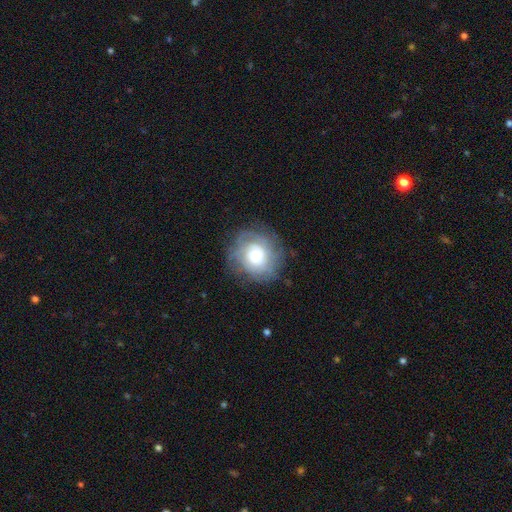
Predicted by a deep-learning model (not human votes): This appears to be a featured or disk galaxy (56%) with no bar (81%), spiral arms (80%) and a moderate central bulge (42%). Merging: none (76%).